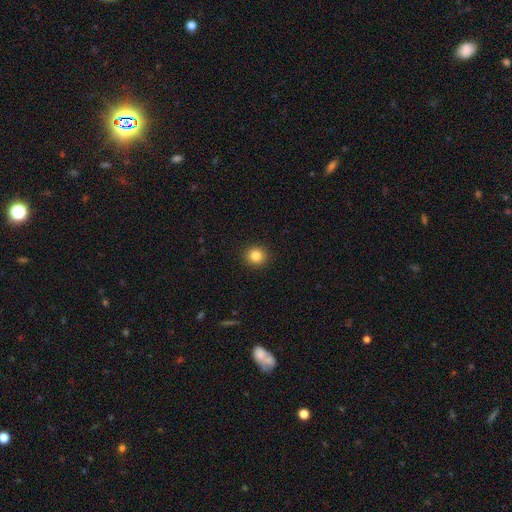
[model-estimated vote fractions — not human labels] This appears to be a smooth galaxy with no disk features (84%) that is round (89%). Merging: none (92%).